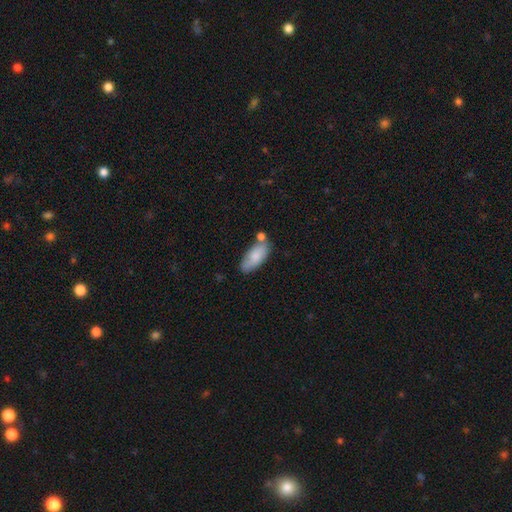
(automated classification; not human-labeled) smooth_or_featured: smooth (p=0.78) [alt: featured or disk p=0.16]
how_rounded: in between (p=0.87) [alt: cigar-shaped p=0.11]
merging: none (p=0.60) [alt: minor disturbance p=0.20]